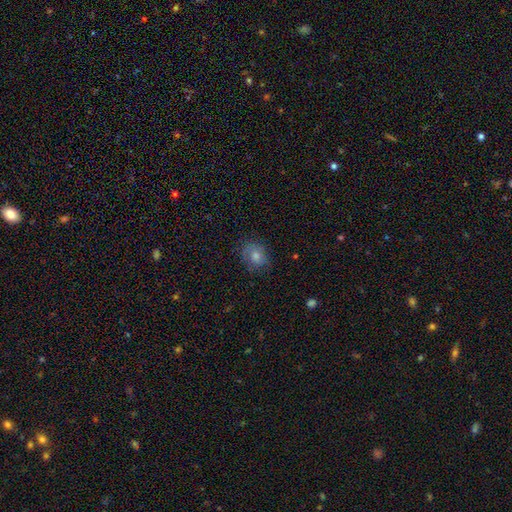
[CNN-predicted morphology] smooth 57%, featured or disk 26%, star or artifact 17%. Down the decision tree: how rounded — round (57%); merging — none (76%).